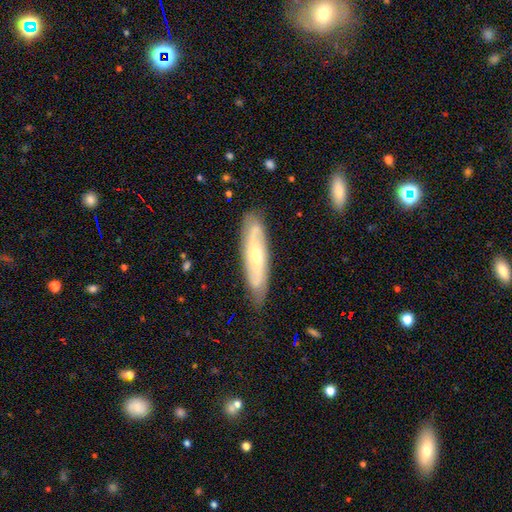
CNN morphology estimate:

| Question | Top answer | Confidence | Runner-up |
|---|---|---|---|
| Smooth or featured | featured or disk | 70% | smooth (24%) |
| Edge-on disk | no | 73% | yes (27%) |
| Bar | no | 63% | weak (28%) |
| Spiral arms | yes | 88% | no (12%) |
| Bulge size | small | 51% | moderate (44%) |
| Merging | none | 80% | minor disturbance (15%) |